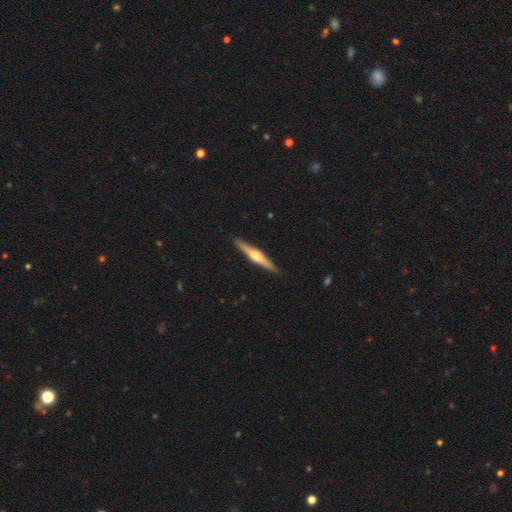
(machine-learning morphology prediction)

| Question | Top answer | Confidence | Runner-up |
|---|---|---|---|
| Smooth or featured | featured or disk | 71% | smooth (24%) |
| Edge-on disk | yes | 98% | no (2%) |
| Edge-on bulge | rounded | 92% | boxy (5%) |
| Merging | none | 91% | minor disturbance (6%) |